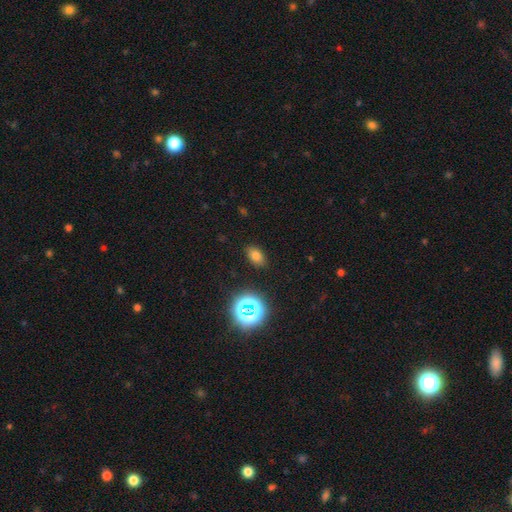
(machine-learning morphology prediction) smooth 71%, star or artifact 20%, featured or disk 9%. Down the decision tree: how rounded — in between (83%); merging — none (87%).